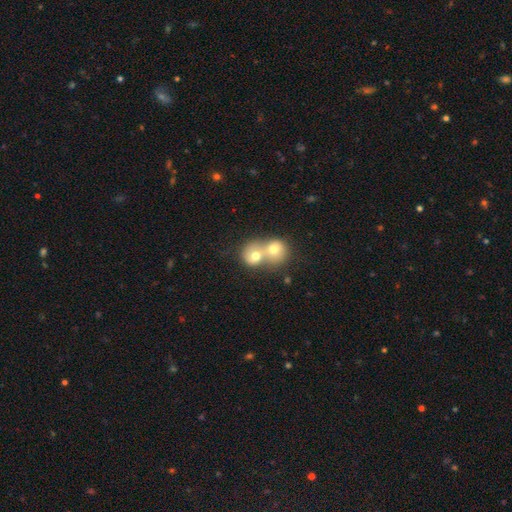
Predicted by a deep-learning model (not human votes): smooth_or_featured: smooth (p=0.62) [alt: featured or disk p=0.24]
how_rounded: round (p=0.74) [alt: in between p=0.25]
merging: merger (p=0.73) [alt: none p=0.21]